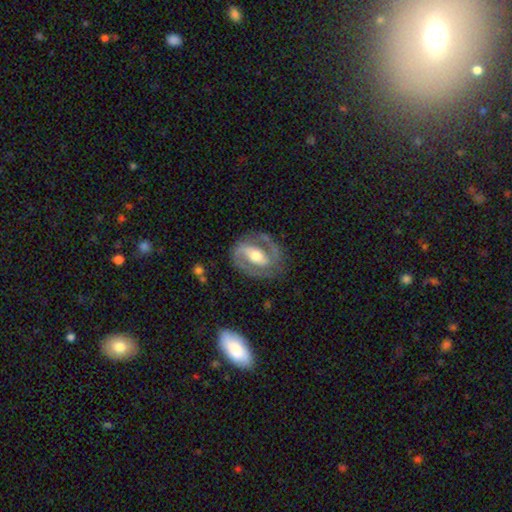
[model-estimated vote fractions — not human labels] This appears to be a featured or disk galaxy (85%) with a strong bar (45%), 2 (88%) medium (53%) spiral arms (91%) and a moderate central bulge (69%). Merging: none (78%).